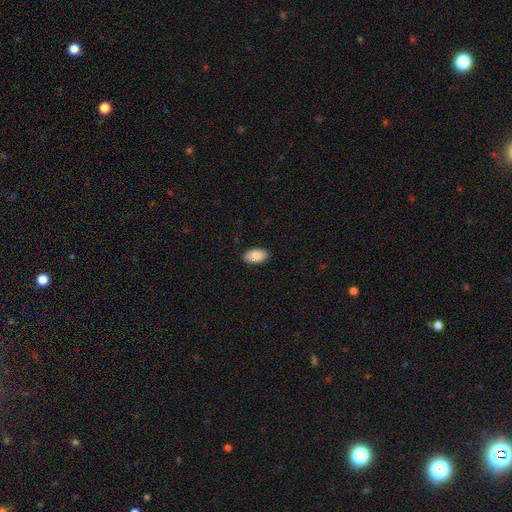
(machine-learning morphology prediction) Q: Smooth or featured?
A: smooth (87%); runner-up: featured or disk (7%)
Q: How rounded?
A: in between (95%); runner-up: round (3%)
Q: Merging?
A: none (89%); runner-up: minor disturbance (9%)